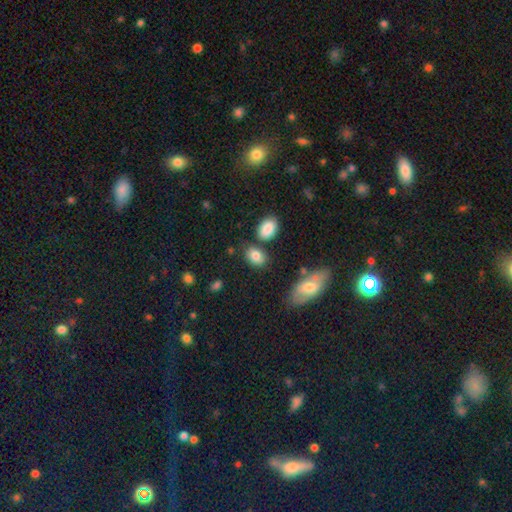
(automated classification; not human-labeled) This is clearly a smooth galaxy (83%). How rounded: likely in between (78%). Merging: likely none (72%).